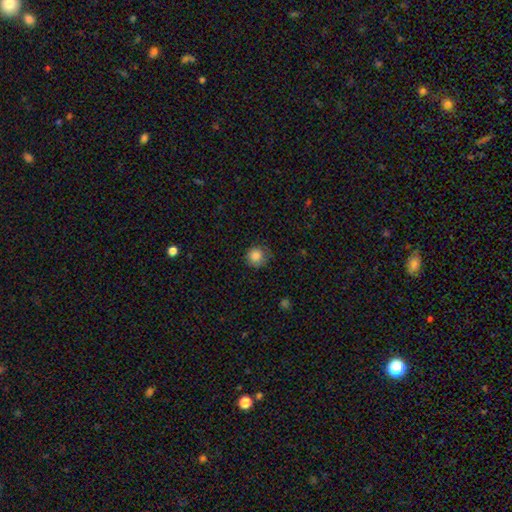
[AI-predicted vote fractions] The model was most divided on "merging": none: 74%, minor disturbance: 21%, major disturbance: 5%, merger: 1%. More confident: how rounded — round (91%); smooth or featured — smooth (85%).